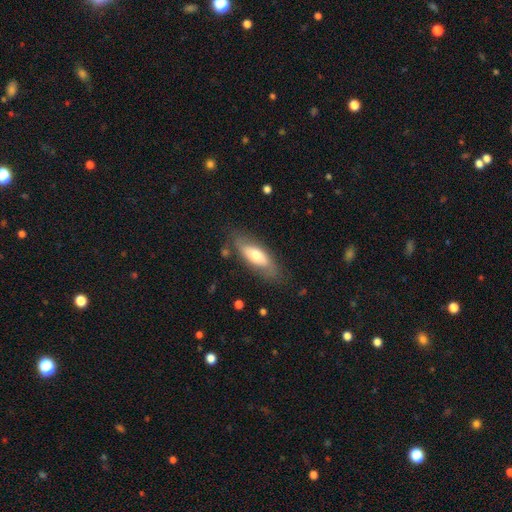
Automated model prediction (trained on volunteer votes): This is possibly a smooth galaxy (58%). How rounded: likely in between (69%). Merging: likely none (75%).